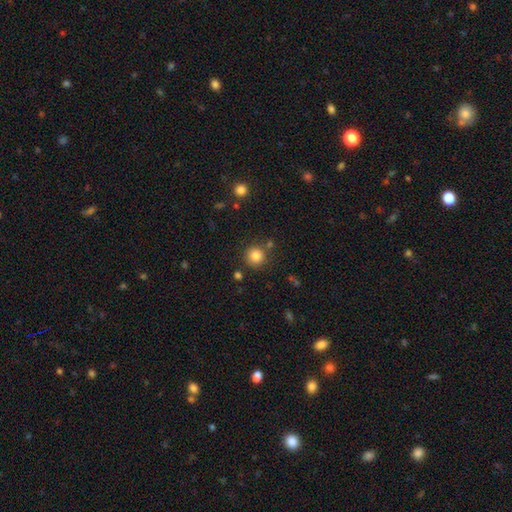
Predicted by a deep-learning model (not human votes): The model was most divided on "smooth or featured": smooth: 83%, star or artifact: 11%, featured or disk: 5%. More confident: how rounded — round (93%); merging — none (84%).